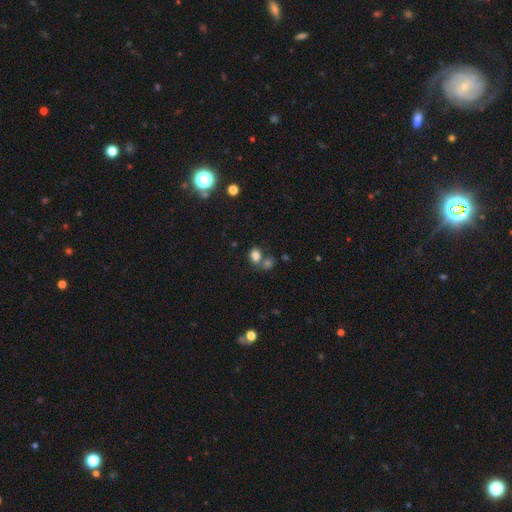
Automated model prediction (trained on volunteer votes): Smooth or featured? Predicted: smooth (p=0.80). How rounded? Predicted: in between (p=0.66). Merging? Predicted: none (p=0.46).